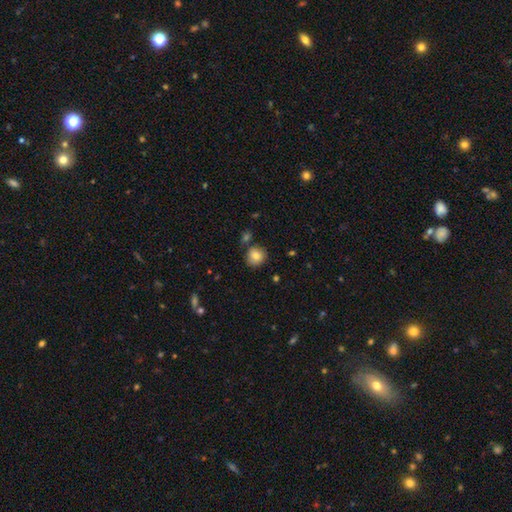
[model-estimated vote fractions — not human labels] Overall: smooth (80%). How rounded: round (85%). Merging: none (76%).